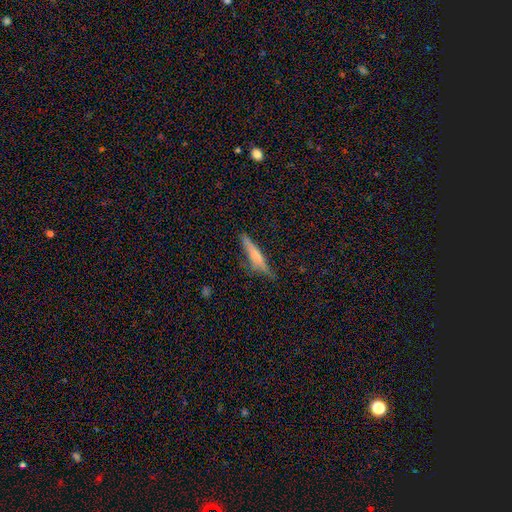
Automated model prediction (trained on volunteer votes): This is possibly a smooth galaxy (55%). How rounded: clearly cigar-shaped (88%). Merging: likely none (74%).